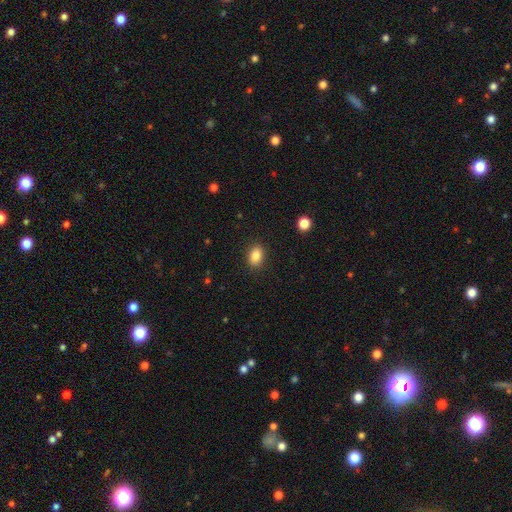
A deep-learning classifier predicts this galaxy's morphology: A smooth galaxy with no disk features (85%) that is in between round and cigar-shaped (77%). Merging: none (88%).